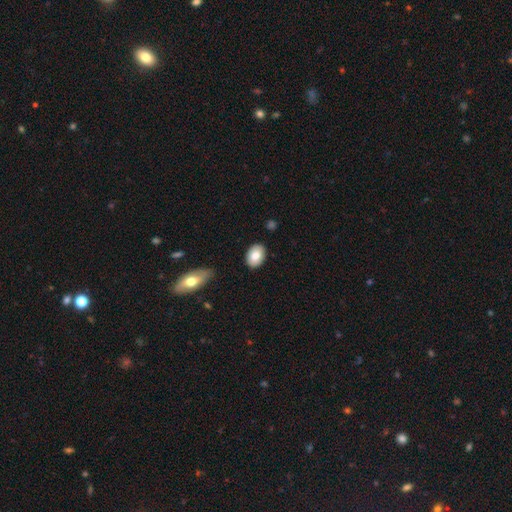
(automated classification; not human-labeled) This is clearly a smooth galaxy (82%). How rounded: clearly in between (83%). Merging: clearly none (85%).